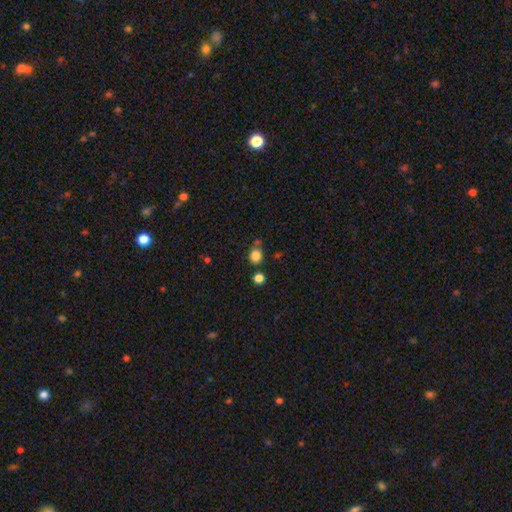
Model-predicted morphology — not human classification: smooth-or-featured: smooth: 83% | star or artifact: 12% | featured or disk: 5%
  how-rounded: round: 79% | in between: 20% | cigar-shaped: 1%
  merging: none: 71% | merger: 13% | minor disturbance: 12% | major disturbance: 4%